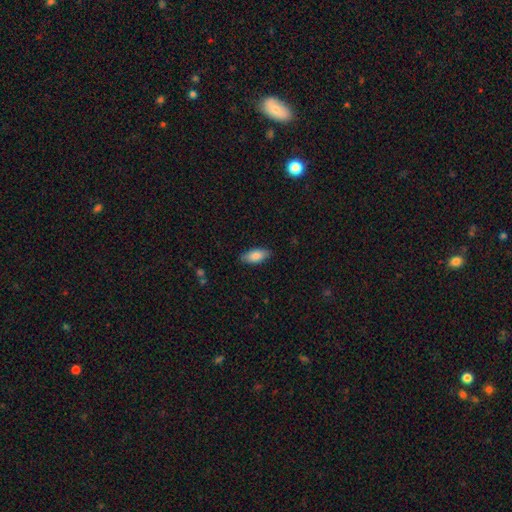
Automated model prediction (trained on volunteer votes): Morphology: type=smooth (84%); roundness=in between (88%); merging=none (85%).